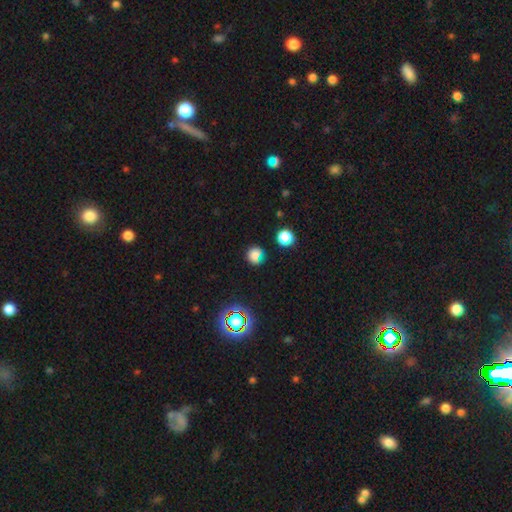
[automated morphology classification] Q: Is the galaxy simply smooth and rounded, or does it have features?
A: smooth — 72%.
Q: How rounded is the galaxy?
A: round — 84%.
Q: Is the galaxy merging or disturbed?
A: none — 70%.